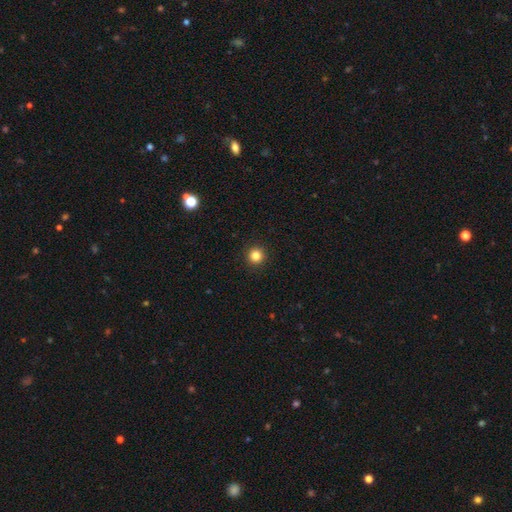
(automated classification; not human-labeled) Overall: smooth (84%). How rounded: round (96%). Merging: none (93%).